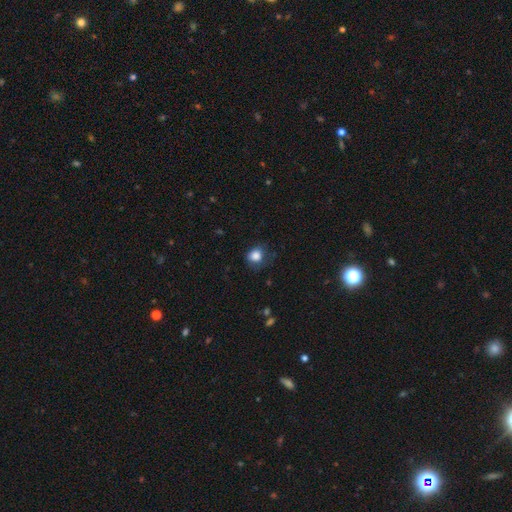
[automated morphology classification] Q: Smooth or featured?
A: smooth (85%); runner-up: star or artifact (10%)
Q: How rounded?
A: round (69%); runner-up: in between (30%)
Q: Merging?
A: none (64%); runner-up: minor disturbance (25%)